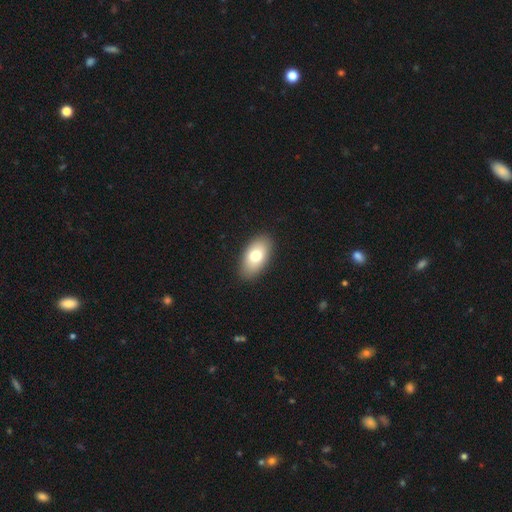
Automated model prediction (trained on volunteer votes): Q: Smooth or featured?
A: smooth (75%); runner-up: featured or disk (18%)
Q: How rounded?
A: in between (93%); runner-up: round (4%)
Q: Merging?
A: none (88%); runner-up: minor disturbance (9%)